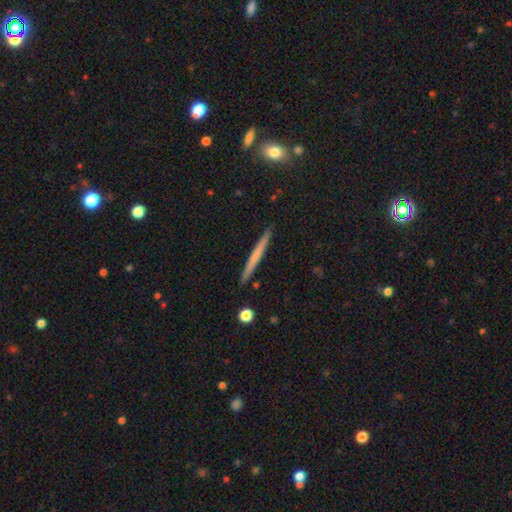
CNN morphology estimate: Smooth or featured: smooth — 54% (featured or disk — 40%)
How rounded: cigar-shaped — 97% (in between — 2%)
Merging: none — 92% (minor disturbance — 6%)